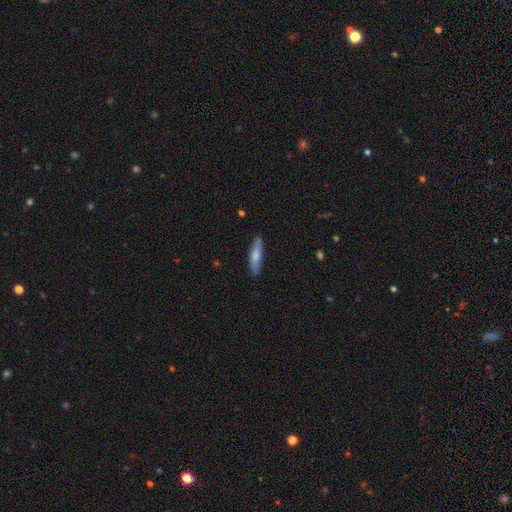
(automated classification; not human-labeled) The model was most divided on "smooth or featured": smooth: 74%, featured or disk: 21%, star or artifact: 6%. More confident: merging — none (85%); how rounded — cigar-shaped (76%).